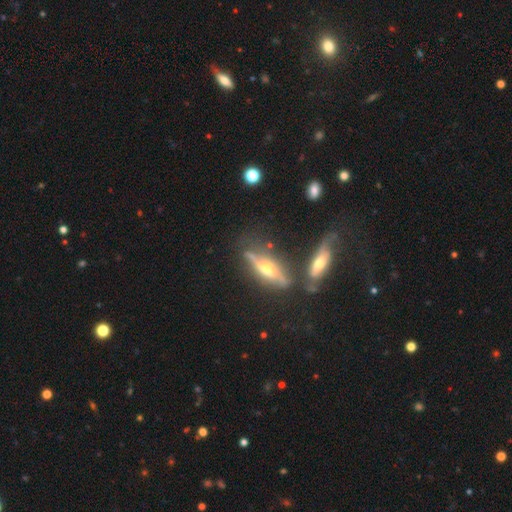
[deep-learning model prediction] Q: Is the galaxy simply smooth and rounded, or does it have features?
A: featured or disk — 61%.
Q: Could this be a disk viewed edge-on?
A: yes — 72%.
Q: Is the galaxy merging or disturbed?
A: none — 49%.